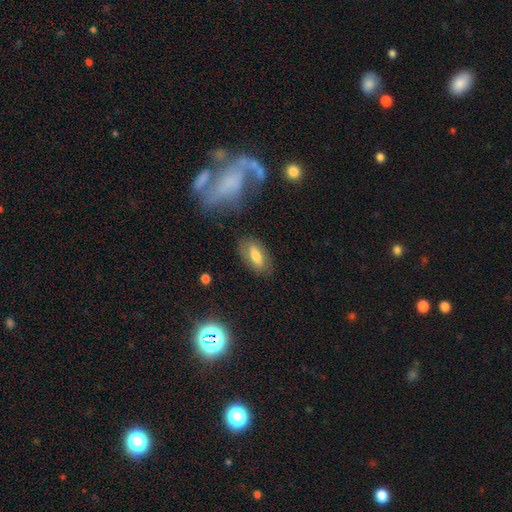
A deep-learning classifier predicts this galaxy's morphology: Q: Smooth or featured?
A: smooth (66%); runner-up: featured or disk (26%)
Q: How rounded?
A: in between (80%); runner-up: cigar-shaped (16%)
Q: Merging?
A: none (80%); runner-up: minor disturbance (14%)